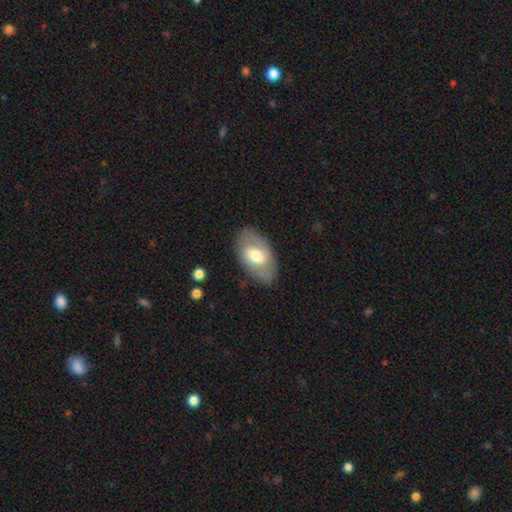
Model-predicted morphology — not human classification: The model was most divided on "smooth or featured": smooth: 48%, featured or disk: 46%, star or artifact: 6%. More confident: merging — none (81%).